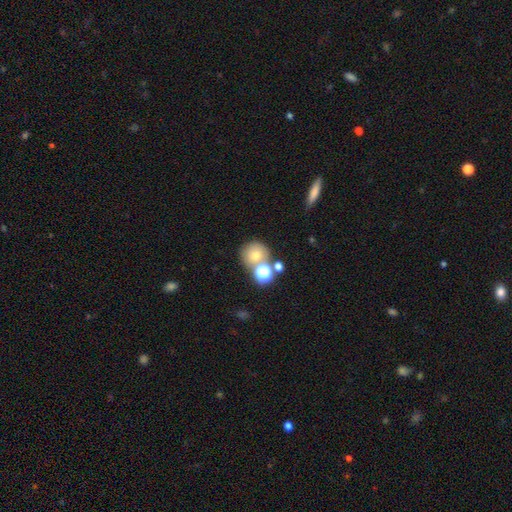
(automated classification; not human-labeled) Morphology: type=smooth (67%); roundness=round (83%); merging=none (58%).